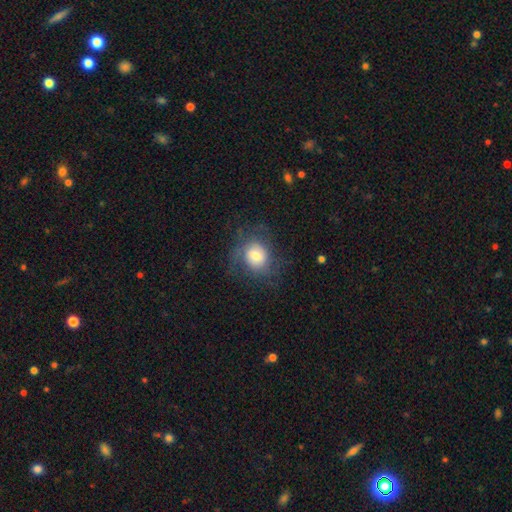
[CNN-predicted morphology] This appears to be a smooth galaxy with no disk features (53%) that is round (65%). Merging: none (59%).